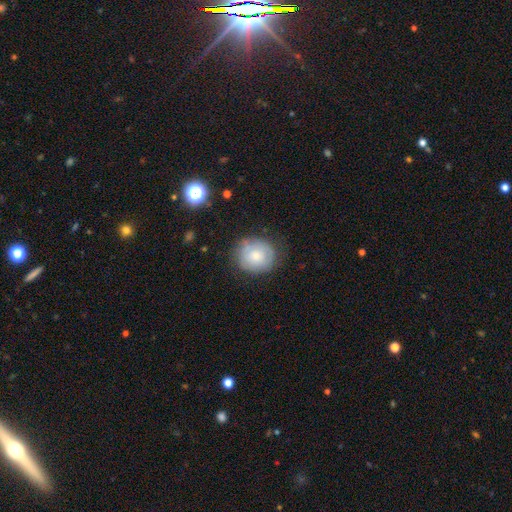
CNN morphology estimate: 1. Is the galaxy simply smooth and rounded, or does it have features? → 69% smooth, 24% featured or disk, 7% star or artifact.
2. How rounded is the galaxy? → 82% round, 17% in between, 1% cigar-shaped.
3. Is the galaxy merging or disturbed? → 76% none, 17% minor disturbance, 5% major disturbance, 1% merger.